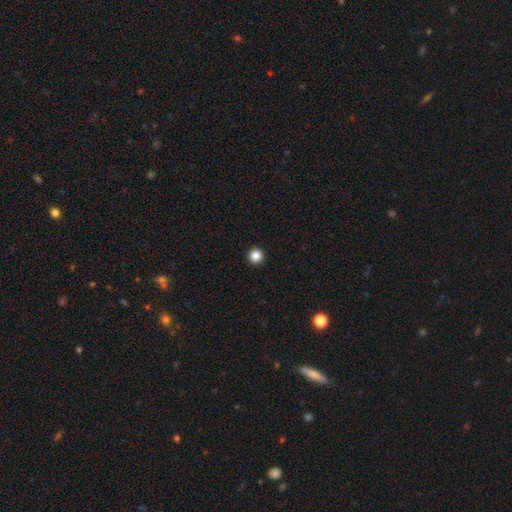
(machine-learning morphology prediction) Q: Smooth or featured?
A: smooth (86%); runner-up: star or artifact (11%)
Q: How rounded?
A: round (97%); runner-up: in between (2%)
Q: Merging?
A: none (94%); runner-up: minor disturbance (3%)